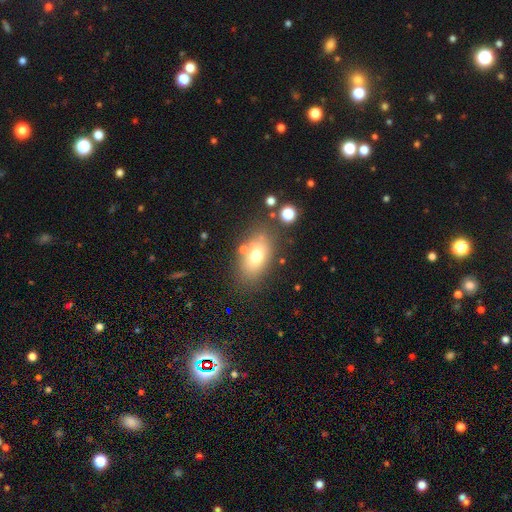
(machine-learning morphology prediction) This appears to be a smooth galaxy with no disk features (70%) that is in between round and cigar-shaped (84%). Merging: none (73%).